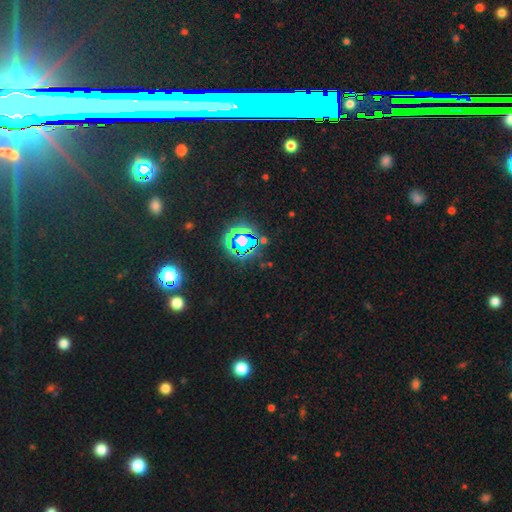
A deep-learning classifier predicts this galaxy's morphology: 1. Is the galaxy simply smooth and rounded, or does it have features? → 66% star or artifact, 18% smooth, 15% featured or disk.